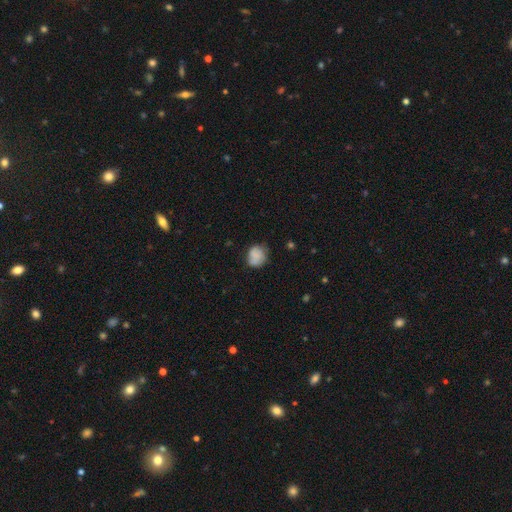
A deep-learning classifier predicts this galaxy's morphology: smooth-or-featured: smooth: 77% | featured or disk: 15% | star or artifact: 9%
  how-rounded: round: 68% | in between: 31% | cigar-shaped: 1%
  merging: none: 60% | minor disturbance: 29% | major disturbance: 8% | merger: 3%